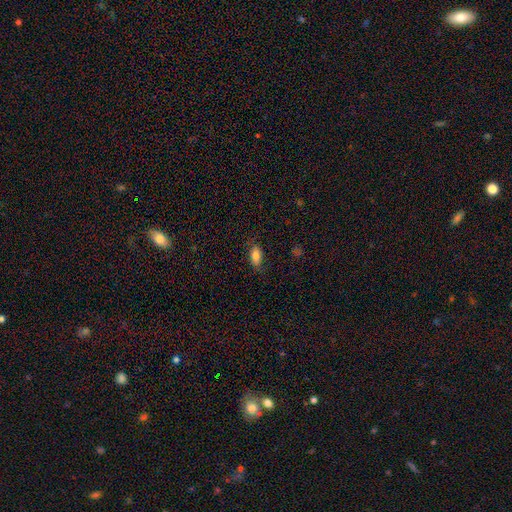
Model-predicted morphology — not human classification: smooth 80%, featured or disk 12%, star or artifact 8%. Down the decision tree: how rounded — in between (87%); merging — none (75%).